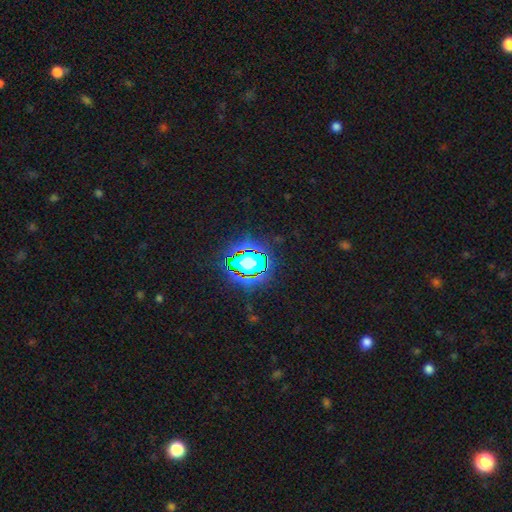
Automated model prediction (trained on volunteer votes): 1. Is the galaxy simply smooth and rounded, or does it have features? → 82% star or artifact, 11% smooth, 7% featured or disk.